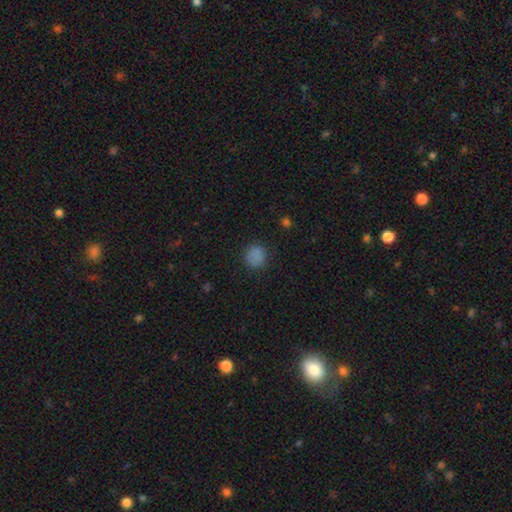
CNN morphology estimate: smooth 81%, star or artifact 14%, featured or disk 5%. Down the decision tree: how rounded — round (86%); merging — none (83%).